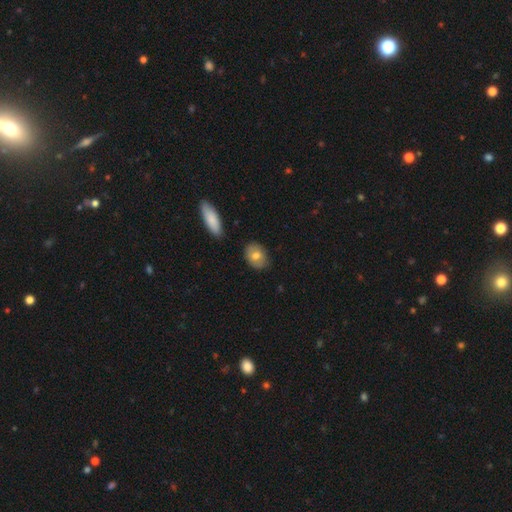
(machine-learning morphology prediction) Smooth or featured? Predicted: smooth (p=0.72). How rounded? Predicted: in between (p=0.66). Merging? Predicted: none (p=0.81).